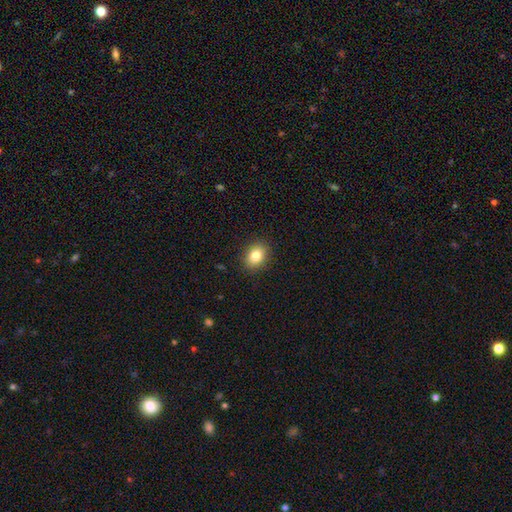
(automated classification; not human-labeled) Q: Smooth or featured?
A: smooth (83%); runner-up: star or artifact (10%)
Q: How rounded?
A: in between (57%); runner-up: round (42%)
Q: Merging?
A: none (90%); runner-up: minor disturbance (7%)